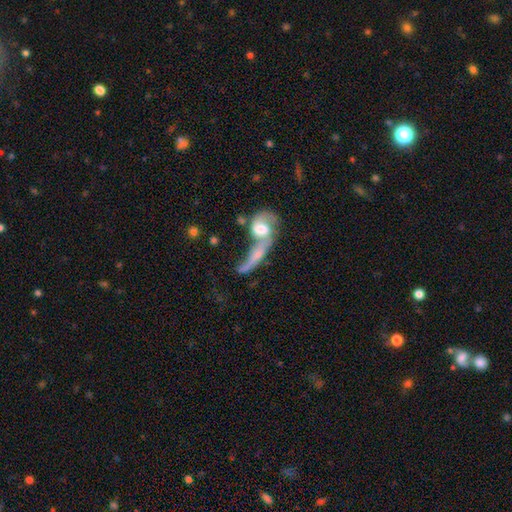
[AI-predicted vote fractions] Overall: featured or disk (54%; smooth 37%). Edge-on disk: no (76%). Merging: merger (67%).